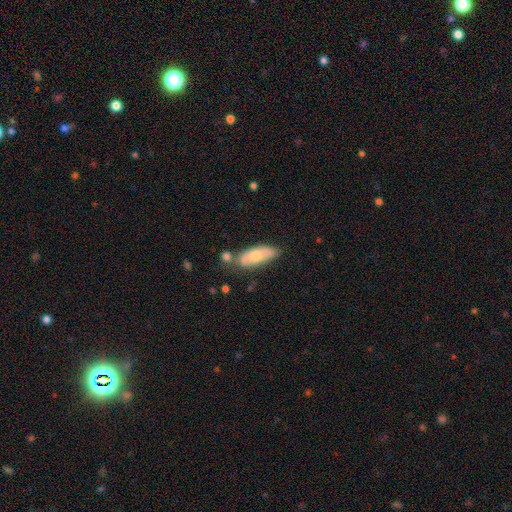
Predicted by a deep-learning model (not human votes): Q: Smooth or featured?
A: smooth (65%); runner-up: featured or disk (29%)
Q: How rounded?
A: in between (76%); runner-up: cigar-shaped (22%)
Q: Merging?
A: none (57%); runner-up: minor disturbance (23%)